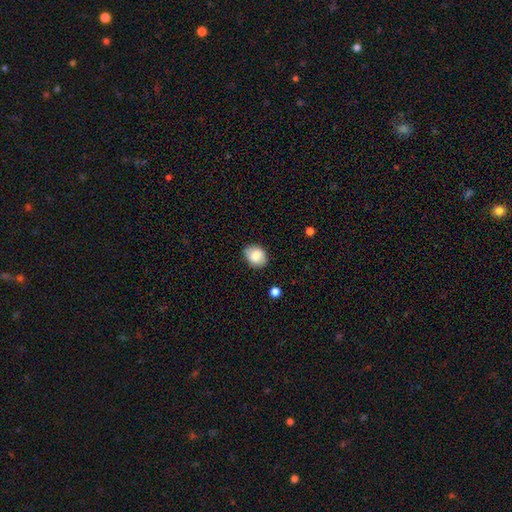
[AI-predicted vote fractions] Smooth or featured? smooth (82%)
How rounded? in between (51%)
Merging? none (77%)